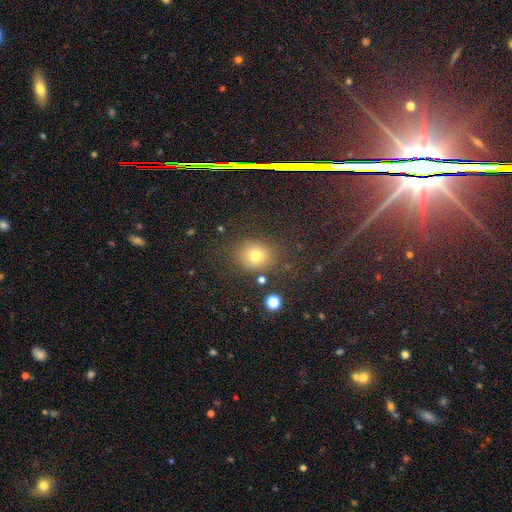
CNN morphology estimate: smooth 73%, star or artifact 17%, featured or disk 10%. Down the decision tree: how rounded — round (69%); merging — none (76%).